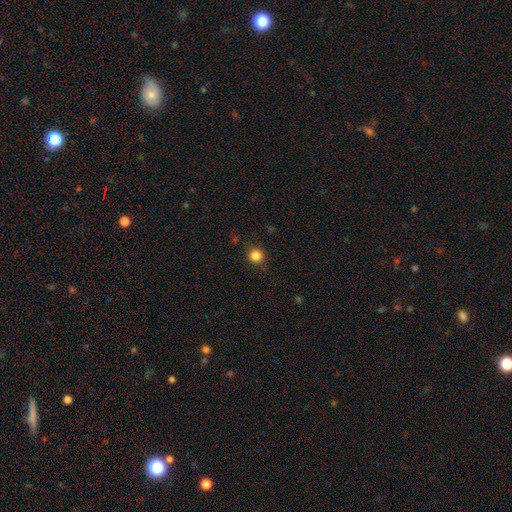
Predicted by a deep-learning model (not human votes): A smooth galaxy with no disk features (84%) that is round (91%). Merging: none (88%).